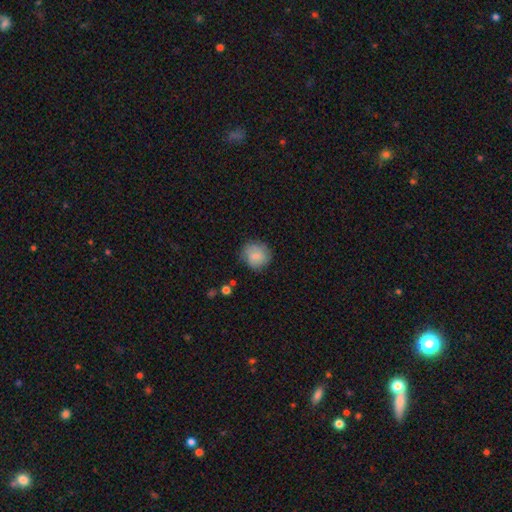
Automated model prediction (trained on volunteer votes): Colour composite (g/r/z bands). It shows a smooth galaxy with no disk features (82%) that is round (86%). Merging: none (74%).